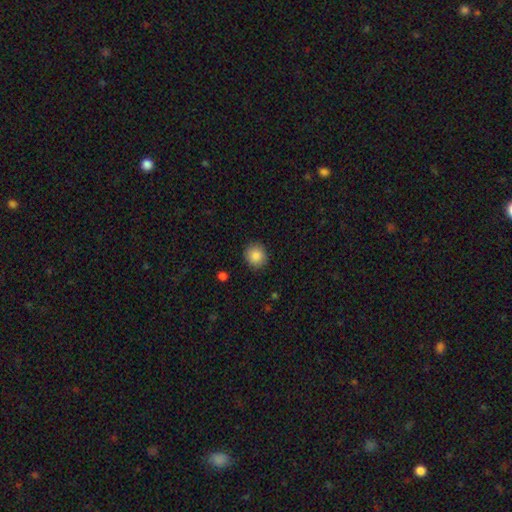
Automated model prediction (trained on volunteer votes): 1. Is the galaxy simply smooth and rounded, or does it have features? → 87% smooth, 9% star or artifact, 5% featured or disk.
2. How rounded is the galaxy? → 87% round, 12% in between, 1% cigar-shaped.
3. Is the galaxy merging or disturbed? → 88% none, 9% minor disturbance, 2% major disturbance, 1% merger.